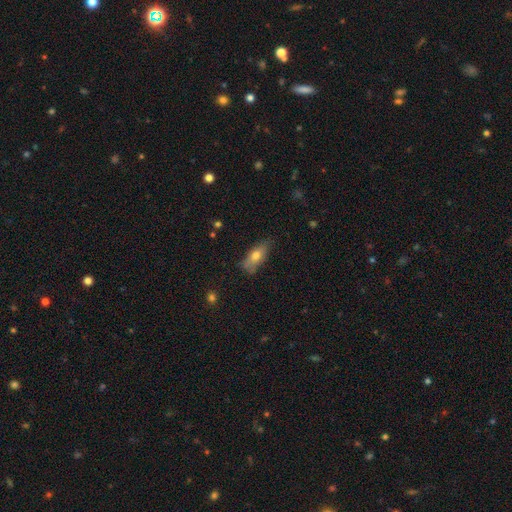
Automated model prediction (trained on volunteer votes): Smooth or featured?
  - smooth: 68% *
  - featured or disk: 25%
  - star or artifact: 7%
How rounded?
  - in between: 71% *
  - cigar-shaped: 25%
  - round: 3%
Merging?
  - none: 67% *
  - minor disturbance: 25%
  - major disturbance: 6%
  - merger: 2%